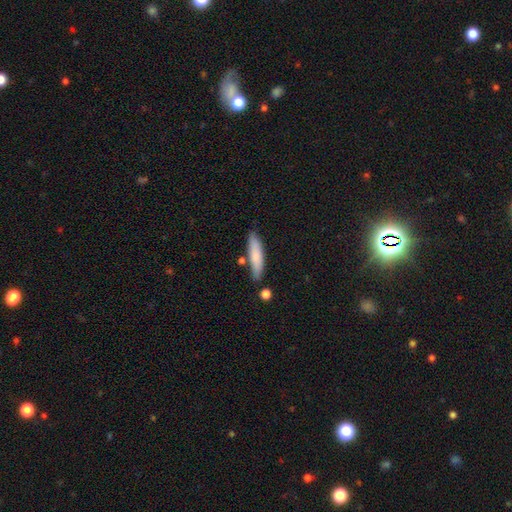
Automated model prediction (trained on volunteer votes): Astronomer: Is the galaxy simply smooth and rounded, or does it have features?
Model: smooth — 79%.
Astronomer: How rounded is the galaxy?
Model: cigar-shaped — 72%.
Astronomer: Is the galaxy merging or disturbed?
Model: none — 76%.